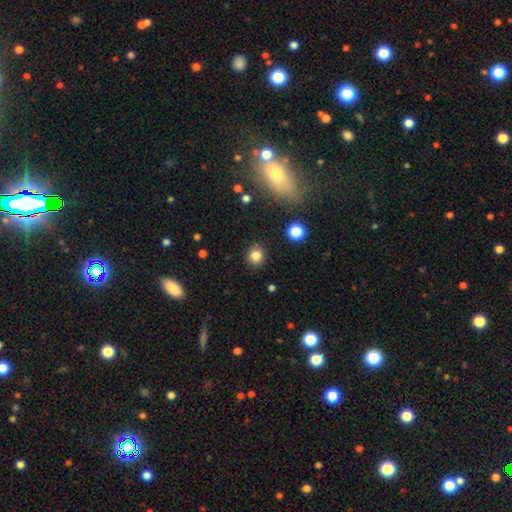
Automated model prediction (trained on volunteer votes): Smooth or featured: smooth — 83% (star or artifact — 12%)
How rounded: round — 88% (in between — 11%)
Merging: none — 90% (minor disturbance — 6%)